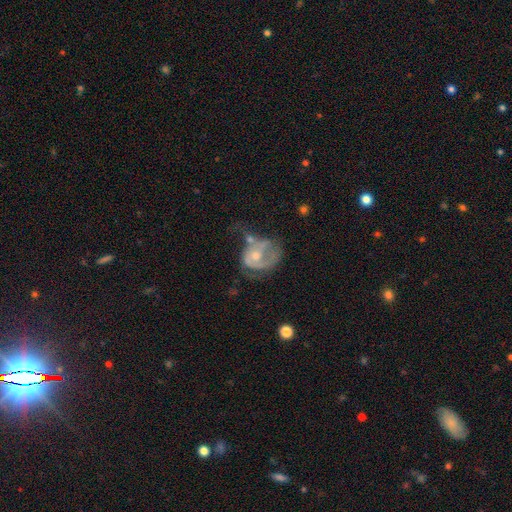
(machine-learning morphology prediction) featured or disk 66%, smooth 27%, star or artifact 7%. Down the decision tree: edge-on disk — no (97%); bar — no (74%); spiral arms — yes (64%); bulge size — moderate (55%); merging — major disturbance (40%).